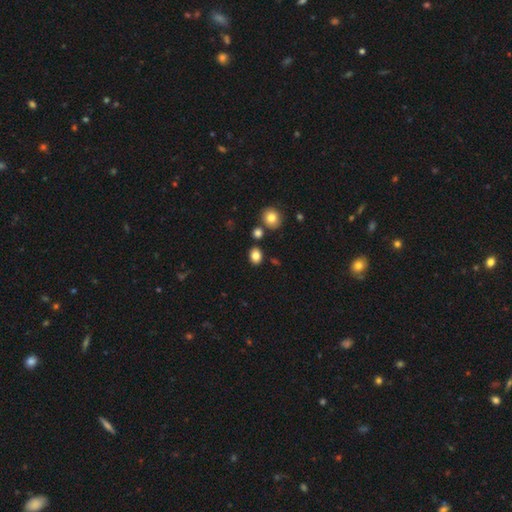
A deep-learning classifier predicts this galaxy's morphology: smooth-or-featured: smooth: 83% | star or artifact: 10% | featured or disk: 6%
  how-rounded: in between: 60% | round: 39% | cigar-shaped: 1%
  merging: none: 83% | minor disturbance: 9% | merger: 6% | major disturbance: 2%